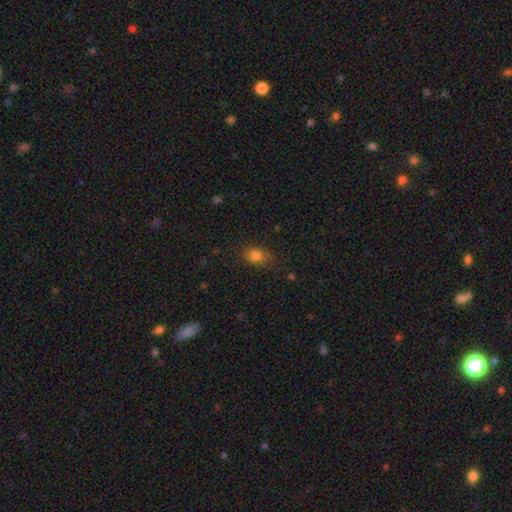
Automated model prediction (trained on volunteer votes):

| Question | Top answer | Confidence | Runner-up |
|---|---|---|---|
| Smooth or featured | smooth | 81% | star or artifact (12%) |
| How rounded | in between | 69% | round (29%) |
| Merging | none | 80% | minor disturbance (15%) |